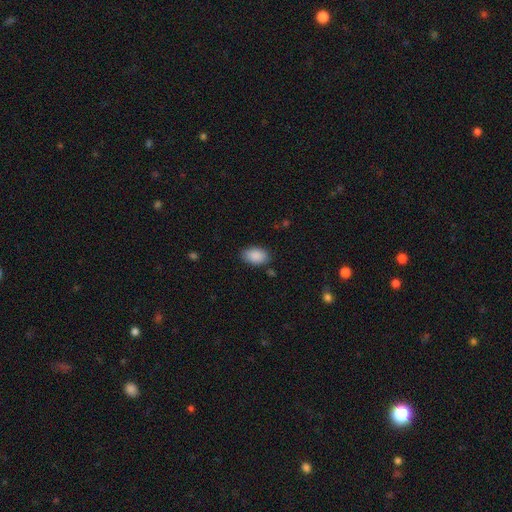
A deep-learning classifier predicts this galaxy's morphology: The model was most divided on "merging": none: 83%, minor disturbance: 13%, major disturbance: 3%, merger: 2%. More confident: smooth or featured — smooth (90%); how rounded — in between (89%).